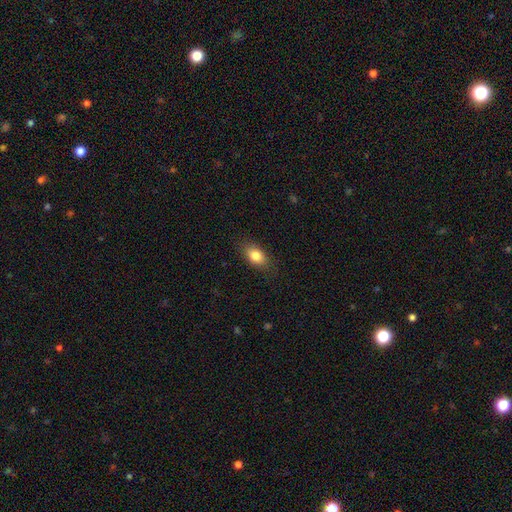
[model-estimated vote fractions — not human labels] smooth-or-featured: smooth: 82% | featured or disk: 10% | star or artifact: 8%
  how-rounded: in between: 84% | round: 12% | cigar-shaped: 4%
  merging: none: 84% | minor disturbance: 12% | major disturbance: 3% | merger: 1%